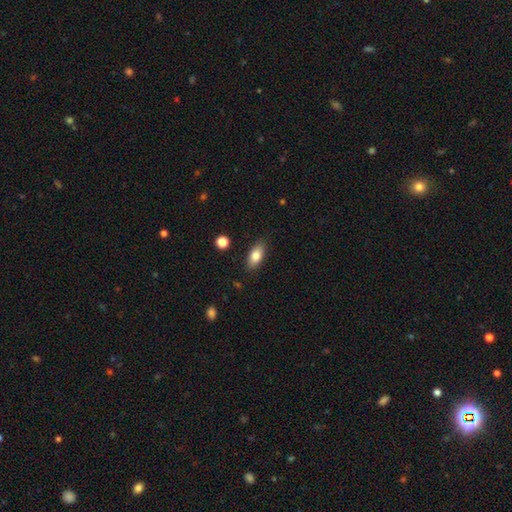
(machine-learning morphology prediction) A smooth galaxy with no disk features (82%) that is in between round and cigar-shaped (87%). Merging: none (86%).